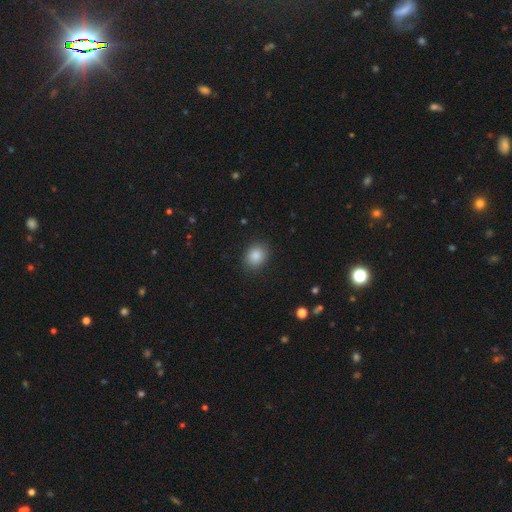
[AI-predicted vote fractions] The model was most divided on "how rounded": round: 55%, in between: 44%, cigar-shaped: 1%. More confident: merging — none (87%); smooth or featured — smooth (87%).